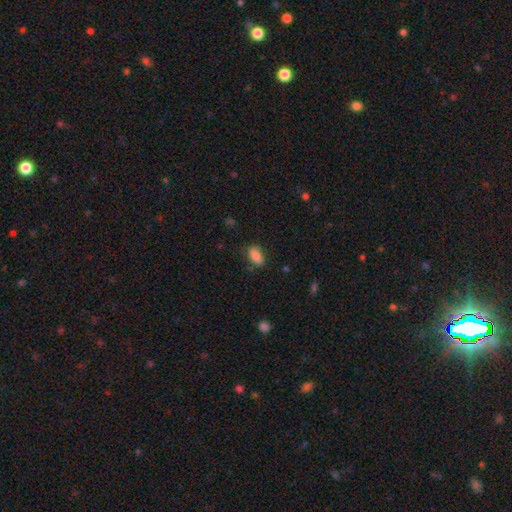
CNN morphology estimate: Smooth or featured? Predicted: smooth (p=0.83). How rounded? Predicted: in between (p=0.88). Merging? Predicted: none (p=0.72).